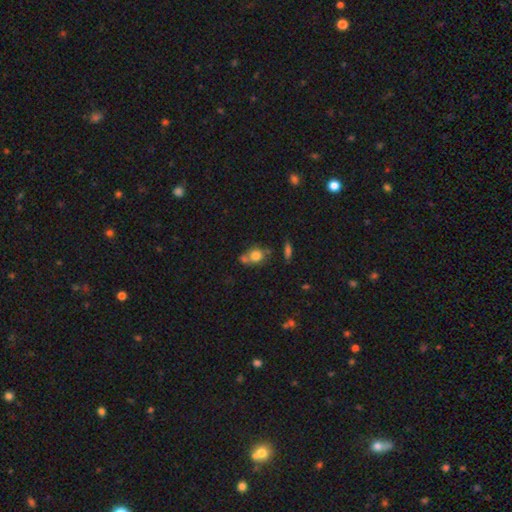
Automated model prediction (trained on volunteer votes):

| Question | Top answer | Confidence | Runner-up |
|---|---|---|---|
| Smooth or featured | smooth | 76% | featured or disk (14%) |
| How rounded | round | 61% | in between (37%) |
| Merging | none | 46% | merger (32%) |